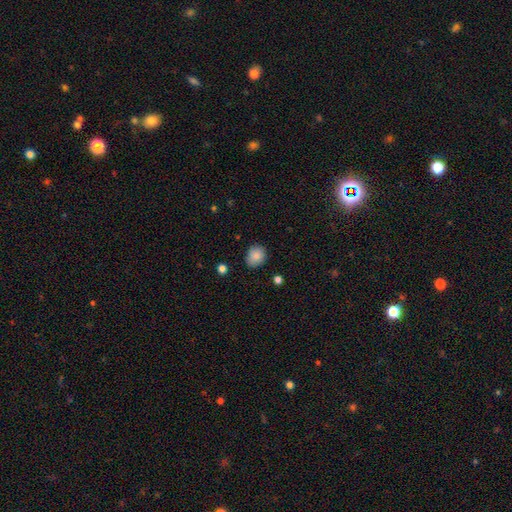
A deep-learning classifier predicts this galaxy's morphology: Smooth or featured? Predicted: smooth (p=0.86). How rounded? Predicted: round (p=0.67). Merging? Predicted: none (p=0.80).